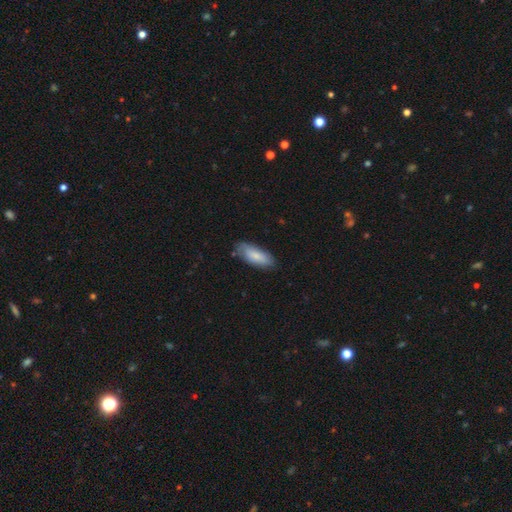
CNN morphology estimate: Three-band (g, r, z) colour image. It shows a smooth galaxy with no disk features (81%) that is in between round and cigar-shaped (79%). Merging: none (79%).